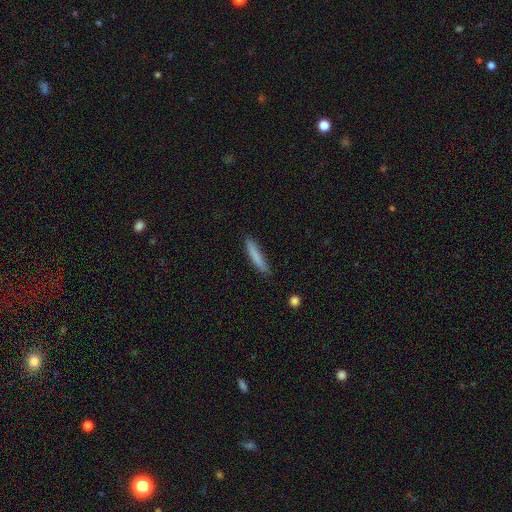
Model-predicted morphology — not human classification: smooth_or_featured: smooth (p=0.80) [alt: featured or disk p=0.13]
how_rounded: cigar-shaped (p=0.94) [alt: in between p=0.05]
merging: none (p=0.85) [alt: minor disturbance p=0.11]